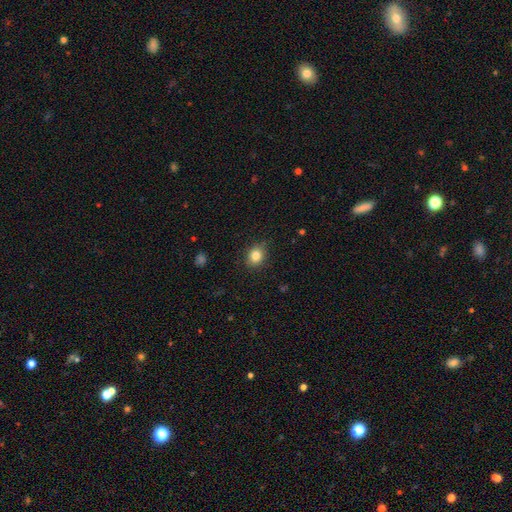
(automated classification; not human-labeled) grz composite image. It shows a smooth galaxy with no disk features (83%) that is round (63%). Merging: none (85%).